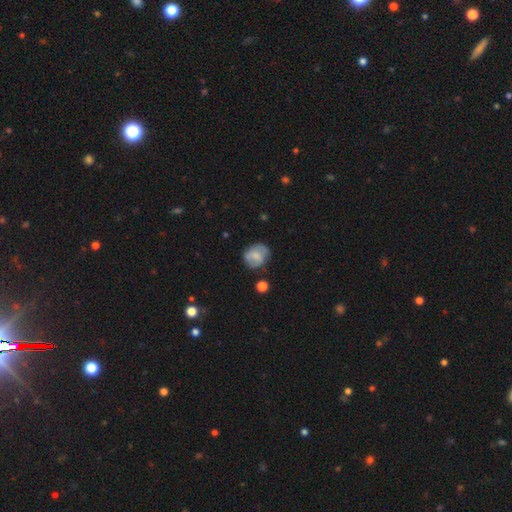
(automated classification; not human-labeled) A smooth galaxy with no disk features (63%) that is round (66%). Merging: none (64%).